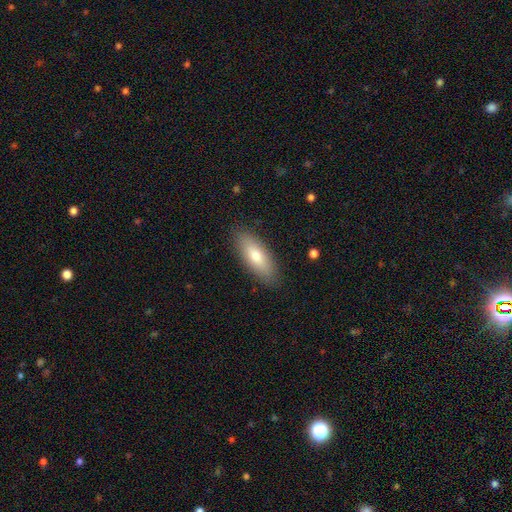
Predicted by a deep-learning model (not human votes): Overall: smooth (74%). How rounded: in between (69%; cigar-shaped 29%). Merging: none (87%).